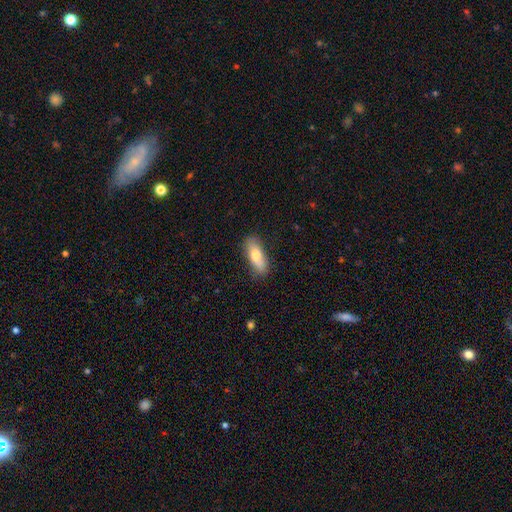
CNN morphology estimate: Smooth or featured? smooth (70%)
How rounded? in between (69%)
Merging? none (81%)